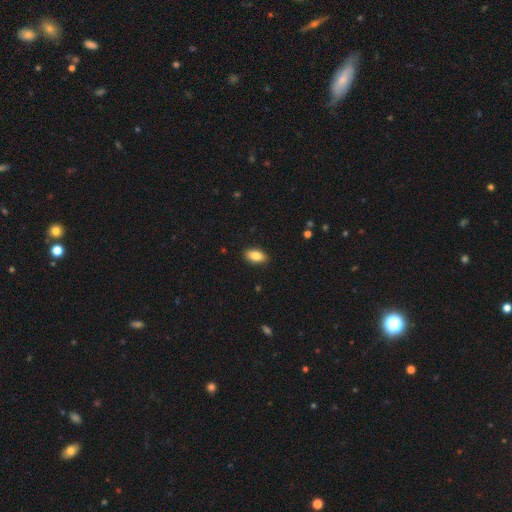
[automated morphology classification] type=smooth (84%); roundness=in between (92%); merging=none (89%).